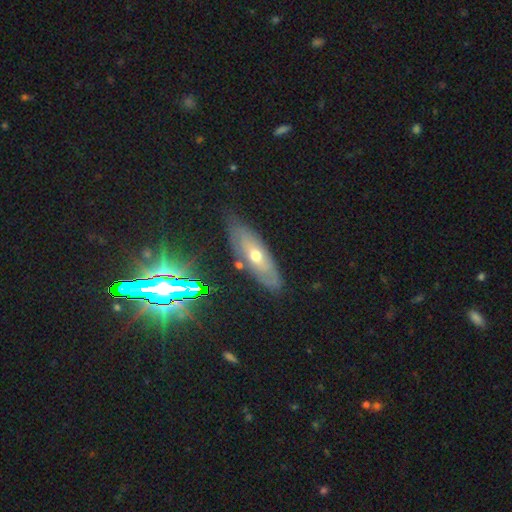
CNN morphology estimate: smooth-or-featured: featured or disk: 52% | smooth: 39% | star or artifact: 10%
  disk-edge-on: no: 66% | yes: 34%
  merging: none: 76% | minor disturbance: 17% | major disturbance: 5% | merger: 2%